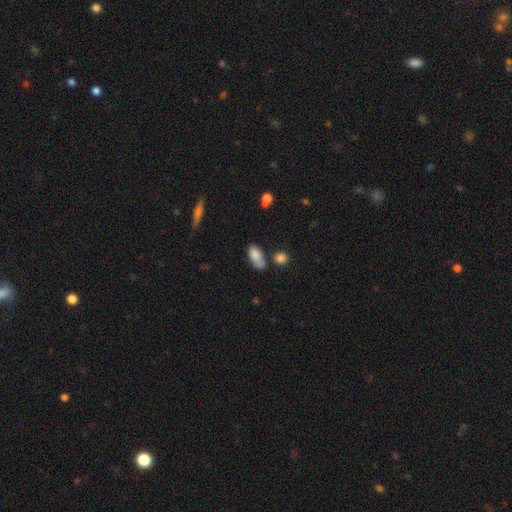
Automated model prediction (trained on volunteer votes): Morphology: type=smooth (80%); roundness=in between (90%); merging=none (46%).